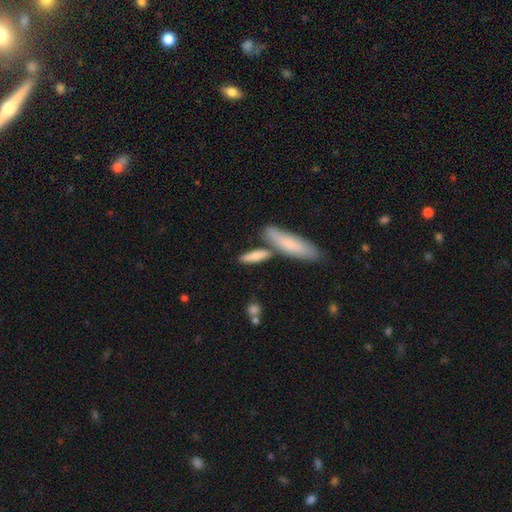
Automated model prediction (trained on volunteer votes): This is likely a smooth galaxy (77%). How rounded: likely cigar-shaped (61%). Merging: likely none (61%).